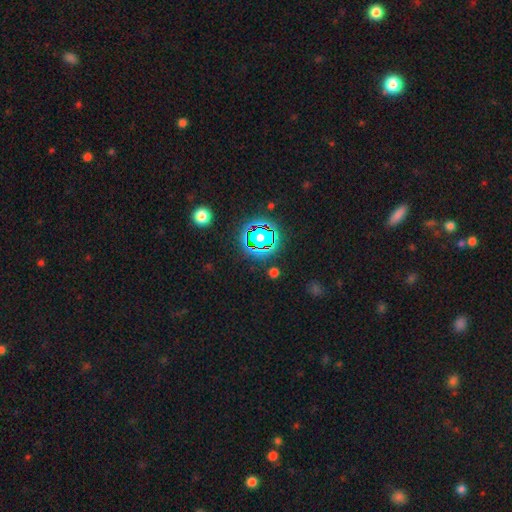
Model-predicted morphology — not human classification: type=star or artifact (75%).